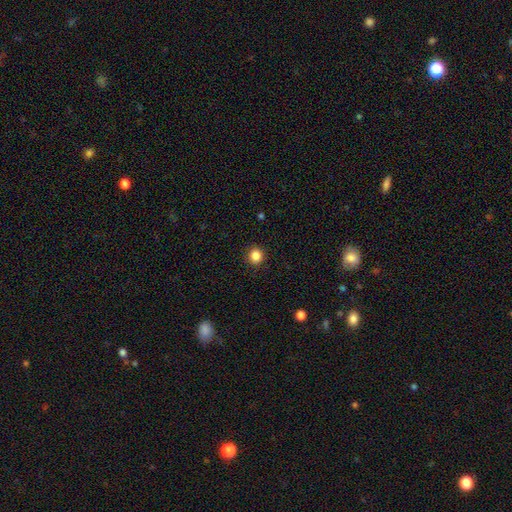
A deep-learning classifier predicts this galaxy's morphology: Smooth or featured?
  - smooth: 86% *
  - star or artifact: 11%
  - featured or disk: 3%
How rounded?
  - round: 91% *
  - in between: 8%
  - cigar-shaped: 1%
Merging?
  - none: 91% *
  - minor disturbance: 6%
  - major disturbance: 2%
  - merger: 1%